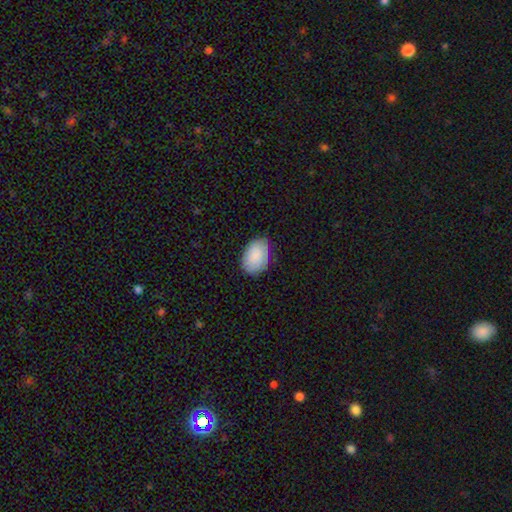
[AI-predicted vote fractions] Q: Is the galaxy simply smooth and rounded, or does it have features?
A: smooth — 84%.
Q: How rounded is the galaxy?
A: in between — 88%.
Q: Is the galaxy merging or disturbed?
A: none — 76%.